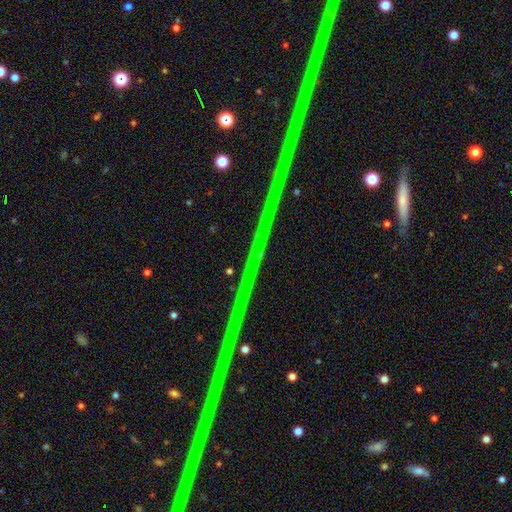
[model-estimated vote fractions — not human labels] Smooth or featured: star or artifact — 88% (featured or disk — 8%)